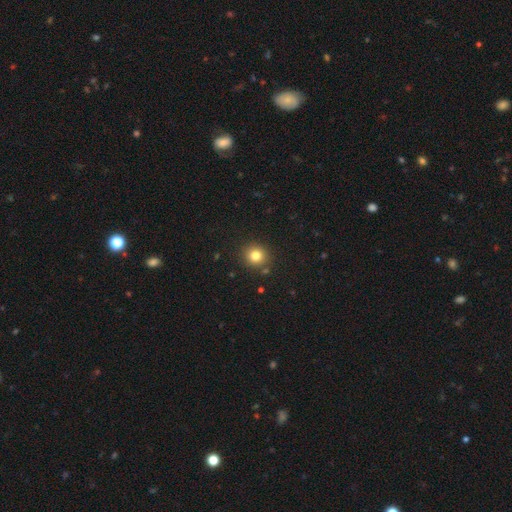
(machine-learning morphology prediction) A smooth galaxy with no disk features (81%) that is round (89%).

Vote fractions:
- Smooth or featured? smooth: 81% / star or artifact: 13% / featured or disk: 7%
- How rounded? round: 89% / in between: 10% / cigar-shaped: 1%
- Merging? none: 87% / minor disturbance: 7% / merger: 3% / major disturbance: 2%